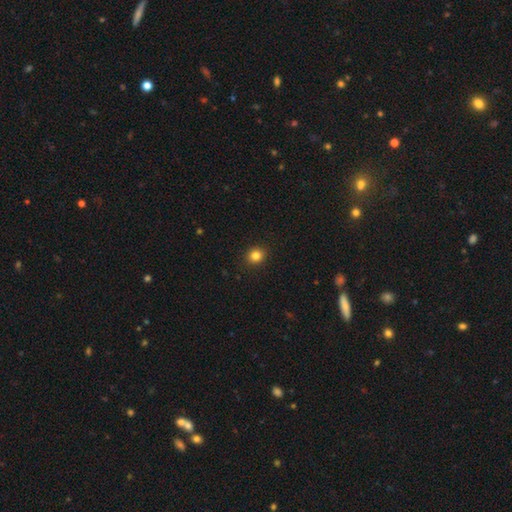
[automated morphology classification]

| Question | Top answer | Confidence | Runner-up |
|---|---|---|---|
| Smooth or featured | smooth | 83% | star or artifact (12%) |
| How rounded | round | 81% | in between (19%) |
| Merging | none | 92% | minor disturbance (6%) |